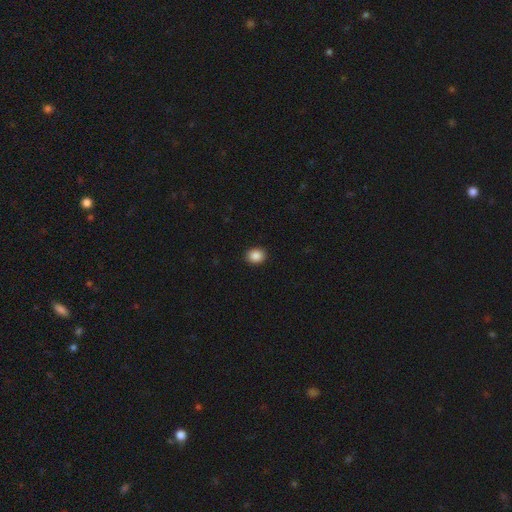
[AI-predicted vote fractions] This appears to be a smooth galaxy with no disk features (87%) that is round (56%). Merging: none (91%).